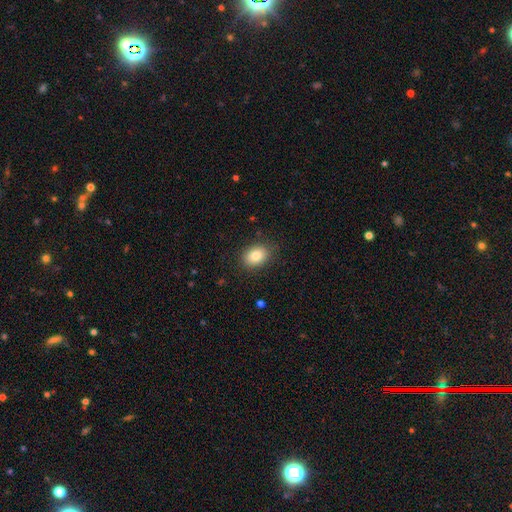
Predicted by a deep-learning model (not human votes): Smooth or featured? Predicted: smooth (p=0.84). How rounded? Predicted: in between (p=0.71). Merging? Predicted: none (p=0.85).